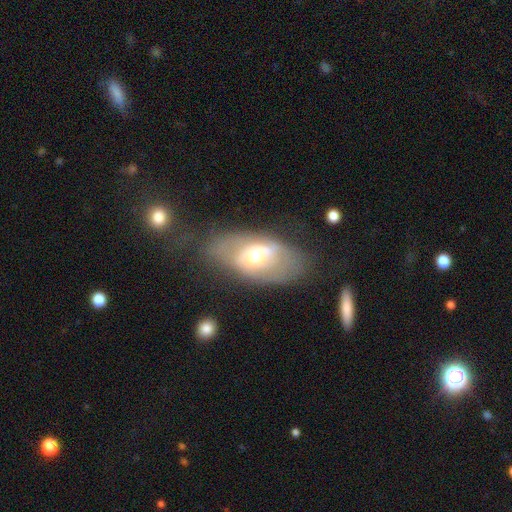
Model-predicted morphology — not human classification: smooth_or_featured: featured or disk (p=0.53) [alt: smooth p=0.39]
disk_edge_on: no (p=0.89) [alt: yes p=0.11]
merging: none (p=0.51) [alt: minor disturbance p=0.23]